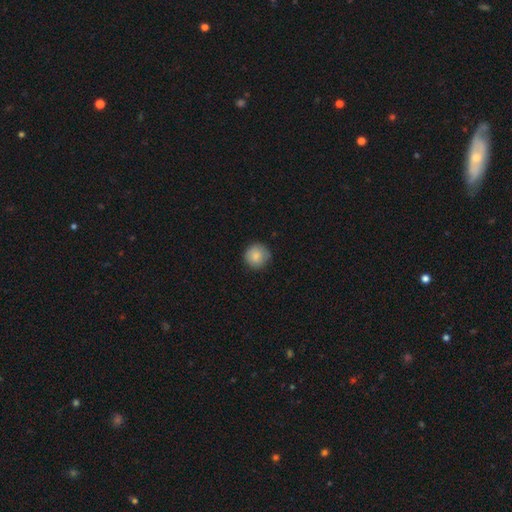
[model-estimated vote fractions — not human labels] The model was most divided on "merging": none: 86%, minor disturbance: 11%, major disturbance: 2%, merger: 1%. More confident: how rounded — round (94%); smooth or featured — smooth (86%).